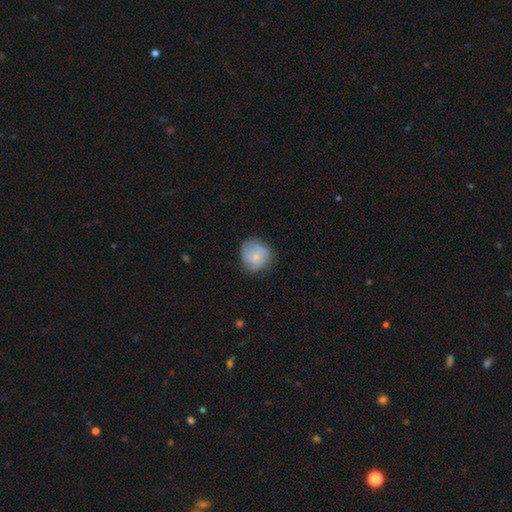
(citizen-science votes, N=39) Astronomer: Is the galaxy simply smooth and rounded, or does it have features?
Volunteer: smooth — 72%.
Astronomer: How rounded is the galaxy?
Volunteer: round — 79%.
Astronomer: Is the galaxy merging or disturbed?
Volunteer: none — 69%.